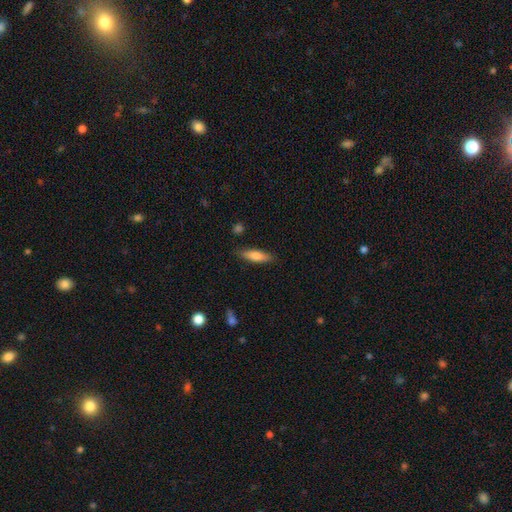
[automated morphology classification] Q: Smooth or featured?
A: smooth (76%); runner-up: featured or disk (18%)
Q: How rounded?
A: cigar-shaped (62%); runner-up: in between (37%)
Q: Merging?
A: none (85%); runner-up: minor disturbance (11%)